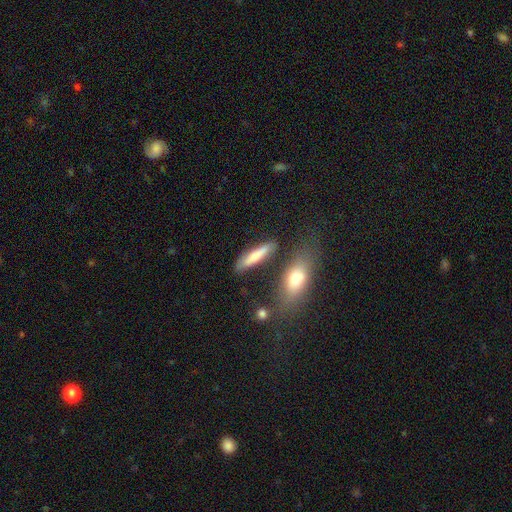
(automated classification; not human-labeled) Smooth or featured?
  - smooth: 77% *
  - featured or disk: 17%
  - star or artifact: 6%
How rounded?
  - cigar-shaped: 79% *
  - in between: 19%
  - round: 2%
Merging?
  - none: 74% *
  - minor disturbance: 15%
  - merger: 6%
  - major disturbance: 5%